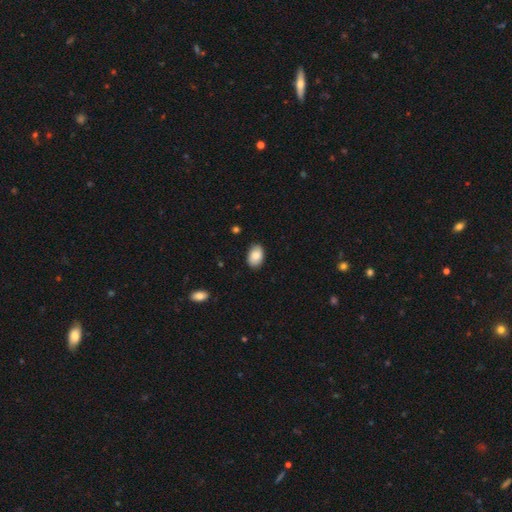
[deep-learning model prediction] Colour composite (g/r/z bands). It shows a smooth galaxy with no disk features (84%) that is in between round and cigar-shaped (88%). Merging: none (85%).